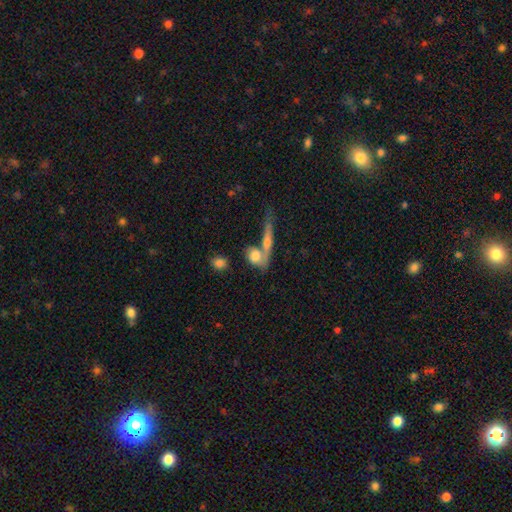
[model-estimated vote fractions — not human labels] The model was most divided on "merging": merger: 45%, none: 37%, minor disturbance: 12%, major disturbance: 7%. More confident: smooth or featured — smooth (67%); how rounded — in between (53%).